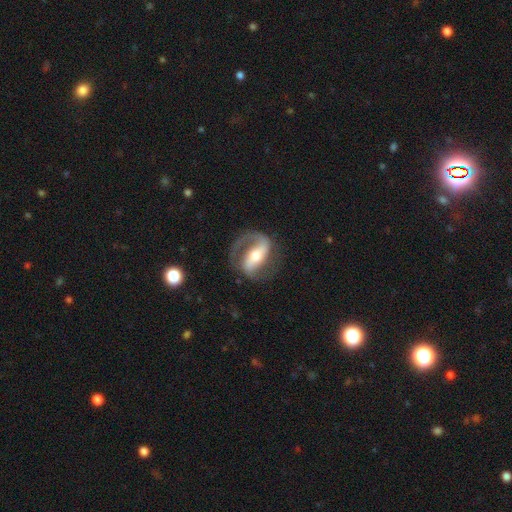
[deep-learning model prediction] Smooth or featured? featured or disk (86%)
Edge-on disk? no (96%)
Bar? strong (58%)
Spiral arms? yes (94%)
Spiral winding? medium (51%)
Spiral arm count? 2 (80%)
Bulge size? moderate (60%)
Merging? none (73%)